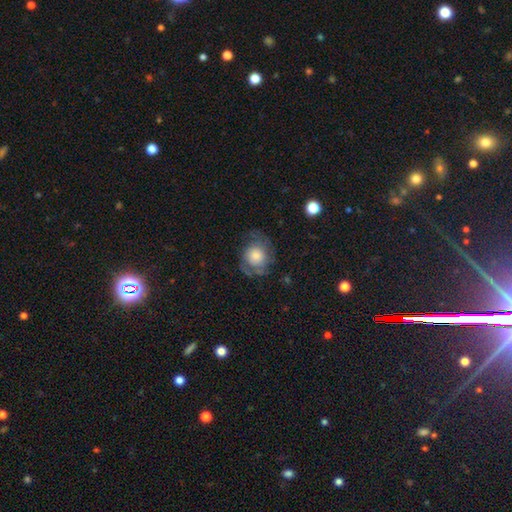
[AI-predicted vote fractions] A featured or disk galaxy (47%). Merging: none (62%).